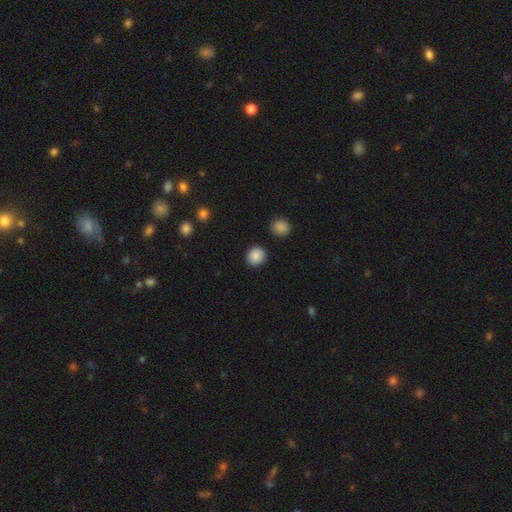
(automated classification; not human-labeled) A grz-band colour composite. It shows a smooth galaxy with no disk features (88%) that is round (89%). Merging: none (90%).